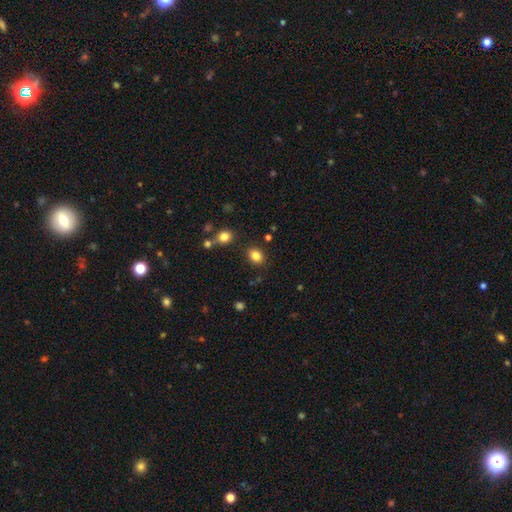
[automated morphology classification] Smooth or featured?
  - smooth: 83% *
  - star or artifact: 11%
  - featured or disk: 6%
How rounded?
  - in between: 57% *
  - round: 42%
  - cigar-shaped: 1%
Merging?
  - none: 84% *
  - minor disturbance: 10%
  - merger: 4%
  - major disturbance: 3%